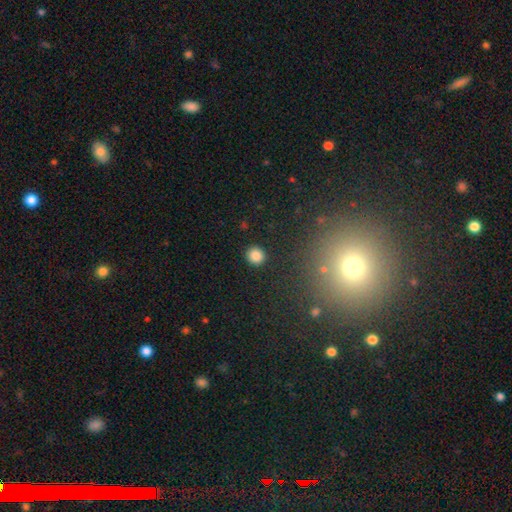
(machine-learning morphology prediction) Smooth or featured: smooth — 85% (star or artifact — 11%)
How rounded: round — 90% (in between — 9%)
Merging: none — 91% (minor disturbance — 5%)